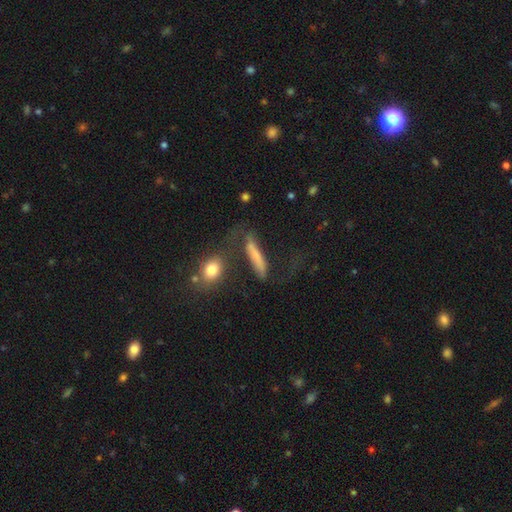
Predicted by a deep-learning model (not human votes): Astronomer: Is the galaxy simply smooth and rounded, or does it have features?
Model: smooth — 61%.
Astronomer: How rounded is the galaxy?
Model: cigar-shaped — 81%.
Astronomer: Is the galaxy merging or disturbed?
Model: none — 48%.